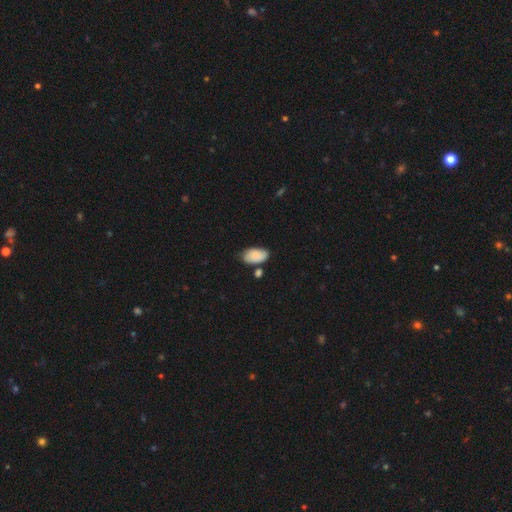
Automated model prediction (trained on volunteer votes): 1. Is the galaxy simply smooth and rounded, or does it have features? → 86% smooth, 7% featured or disk, 7% star or artifact.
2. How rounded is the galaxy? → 94% in between, 4% round, 2% cigar-shaped.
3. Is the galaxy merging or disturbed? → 64% none, 21% minor disturbance, 10% merger, 5% major disturbance.